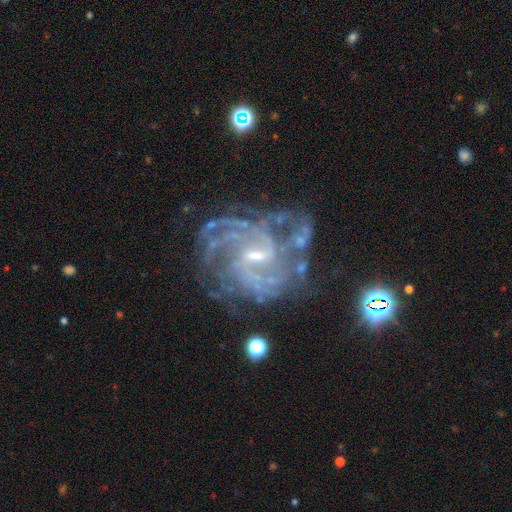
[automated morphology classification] The model was most divided on "spiral winding": tight: 46%, medium: 42%, loose: 12%. Remaining: edge-on disk — no (98%); spiral arms — yes (95%); smooth or featured — featured or disk (88%); bulge size — small (65%); merging — none (62%); bar — weak (58%); spiral arm count — can't tell (31%).